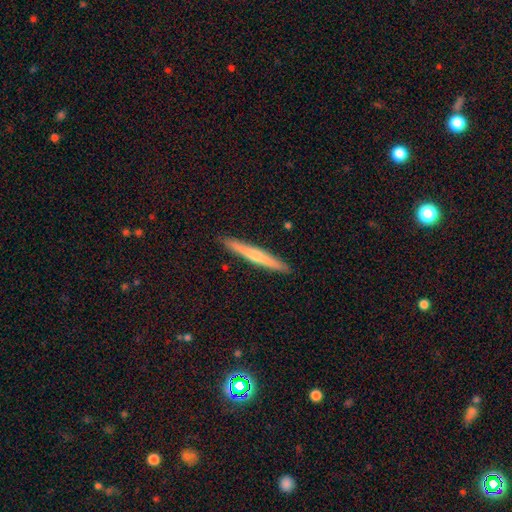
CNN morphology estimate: A smooth galaxy with no disk features (50%) that is cigar-shaped (96%).

Vote fractions:
- Smooth or featured? smooth: 50% / featured or disk: 44% / star or artifact: 5%
- How rounded? cigar-shaped: 96% / in between: 3% / round: 1%
- Merging? none: 92% / minor disturbance: 6% / major disturbance: 1% / merger: 1%